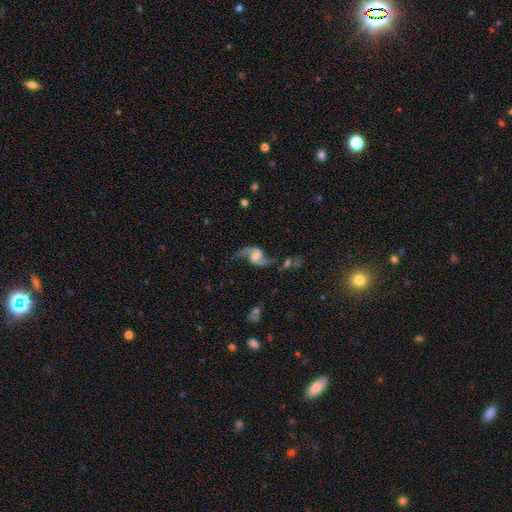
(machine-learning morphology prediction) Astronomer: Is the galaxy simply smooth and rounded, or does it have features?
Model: featured or disk — 90%.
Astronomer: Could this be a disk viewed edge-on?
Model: no — 97%.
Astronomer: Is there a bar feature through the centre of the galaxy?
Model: weak — 52% (runner-up: no, 30%).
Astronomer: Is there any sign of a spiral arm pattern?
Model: yes — 97%.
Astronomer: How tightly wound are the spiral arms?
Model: loose — 76%.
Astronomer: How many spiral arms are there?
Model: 2 — 94%.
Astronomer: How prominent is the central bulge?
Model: moderate — 36% (runner-up: small, 33%).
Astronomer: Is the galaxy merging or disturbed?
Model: none — 67%.